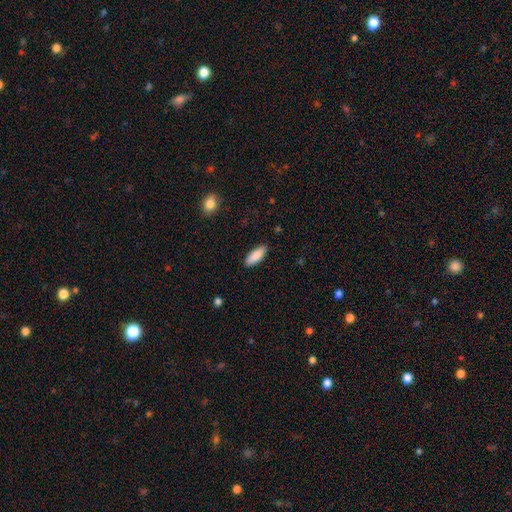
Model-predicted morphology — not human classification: Smooth or featured?
  - smooth: 87% *
  - featured or disk: 7%
  - star or artifact: 6%
How rounded?
  - in between: 73% *
  - cigar-shaped: 25%
  - round: 2%
Merging?
  - none: 88% *
  - minor disturbance: 9%
  - major disturbance: 2%
  - merger: 1%